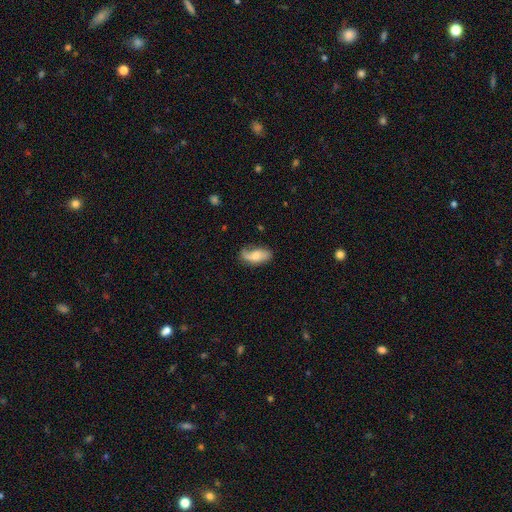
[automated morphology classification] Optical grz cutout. It shows a featured or disk galaxy (47%). Merging: none (57%).